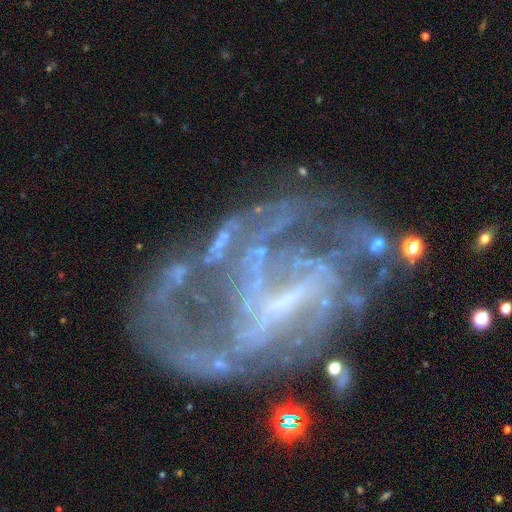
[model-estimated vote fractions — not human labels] This appears to be a featured or disk galaxy (80%) with a strong bar (40%), medium (41%) spiral arms (82%) and no central bulge (44%). Merging: none (45%).